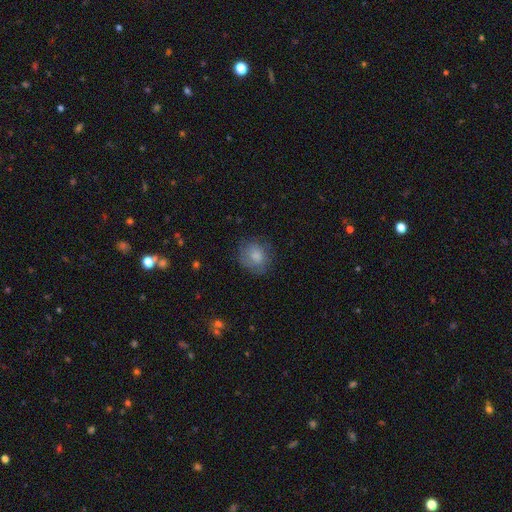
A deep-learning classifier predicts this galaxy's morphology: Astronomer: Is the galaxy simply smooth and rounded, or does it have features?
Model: smooth — 76%.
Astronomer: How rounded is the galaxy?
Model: round — 75%.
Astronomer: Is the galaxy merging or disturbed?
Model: none — 70%.